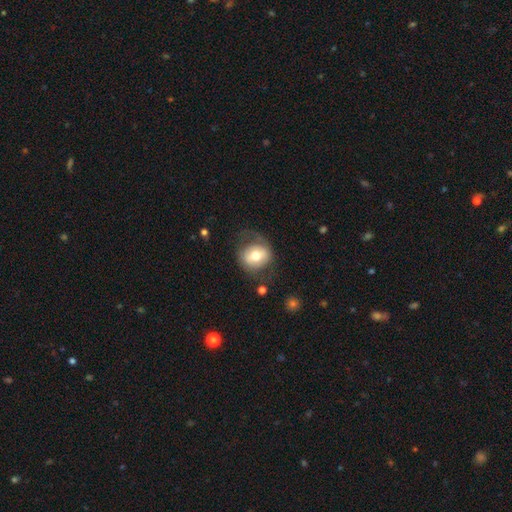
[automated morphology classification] smooth 60%, featured or disk 33%, star or artifact 7%. Down the decision tree: how rounded — round (69%); merging — none (55%).